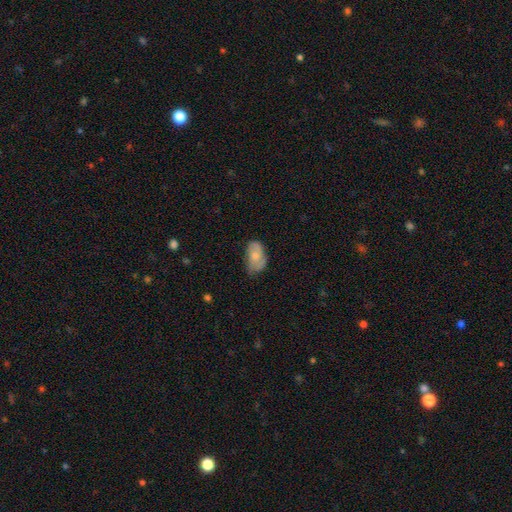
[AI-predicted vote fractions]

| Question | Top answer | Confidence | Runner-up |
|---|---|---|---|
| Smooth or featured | smooth | 56% | featured or disk (37%) |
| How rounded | in between | 91% | round (6%) |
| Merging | none | 54% | minor disturbance (33%) |